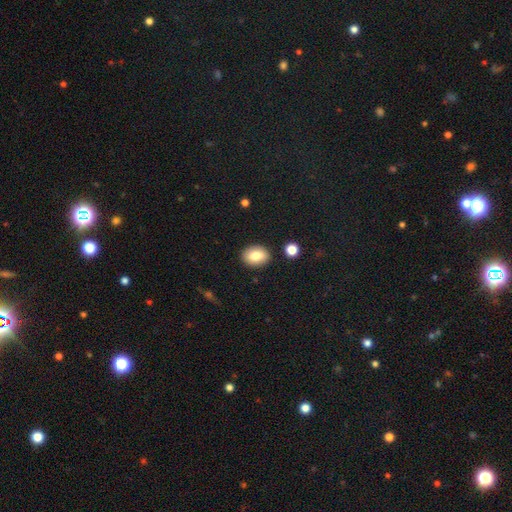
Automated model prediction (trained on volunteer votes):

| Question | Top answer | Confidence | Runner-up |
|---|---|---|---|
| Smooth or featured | smooth | 81% | featured or disk (11%) |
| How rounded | in between | 74% | round (25%) |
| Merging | none | 87% | minor disturbance (9%) |